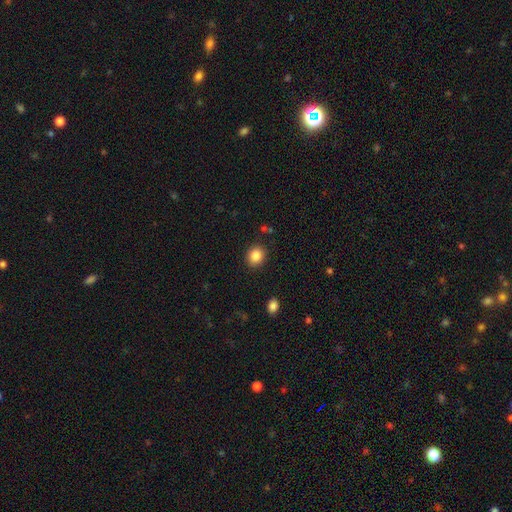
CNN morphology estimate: smooth_or_featured: smooth (p=0.86) [alt: star or artifact p=0.10]
how_rounded: round (p=0.76) [alt: in between p=0.23]
merging: none (p=0.89) [alt: minor disturbance p=0.07]